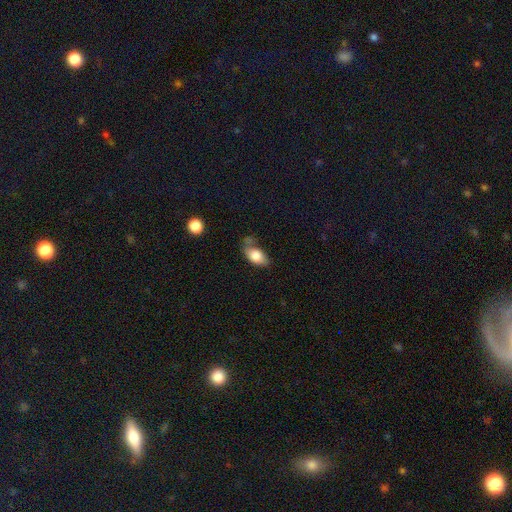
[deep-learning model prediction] The model was most divided on "merging": none: 41%, minor disturbance: 33%, major disturbance: 17%, merger: 10%. More confident: how rounded — in between (88%); smooth or featured — smooth (79%).